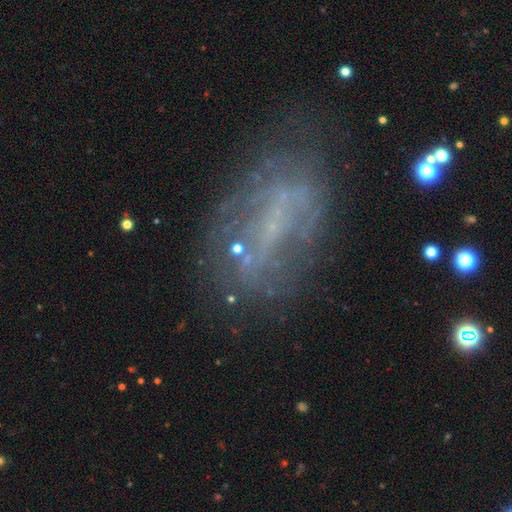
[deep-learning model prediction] A featured or disk galaxy (66%) with no bar (57%), no spiral arms (59%) and a small central bulge (47%). Merging: none (57%).